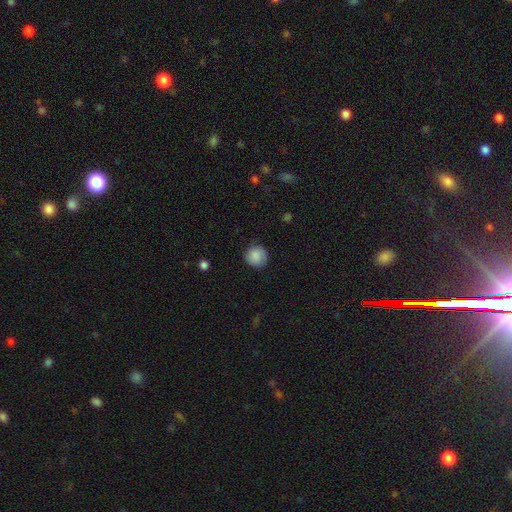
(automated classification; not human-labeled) smooth 86%, star or artifact 8%, featured or disk 7%. Down the decision tree: how rounded — round (91%); merging — none (80%).